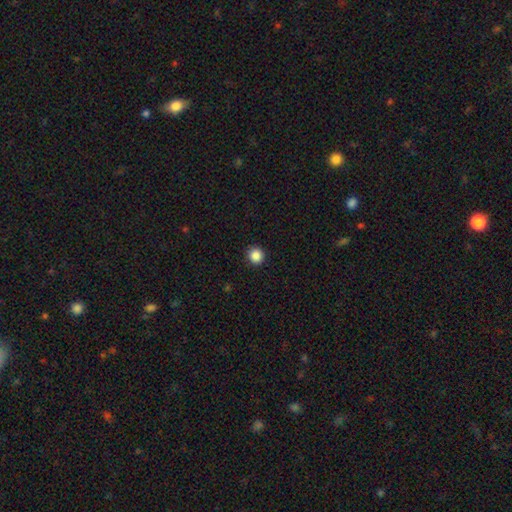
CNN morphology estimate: smooth-or-featured: smooth: 86% | star or artifact: 10% | featured or disk: 3%
  how-rounded: round: 94% | in between: 5% | cigar-shaped: 1%
  merging: none: 93% | minor disturbance: 5% | major disturbance: 2% | merger: 1%